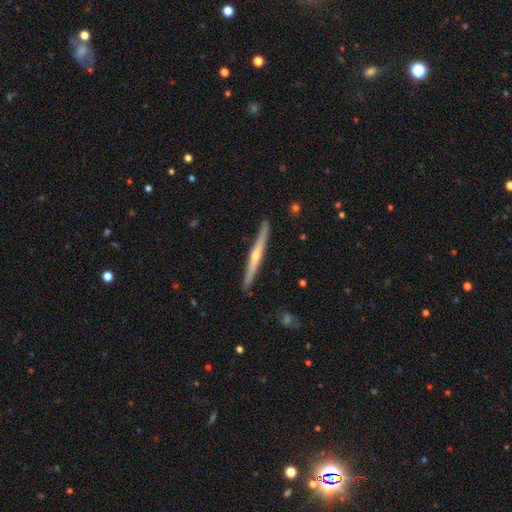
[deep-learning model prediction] A featured or disk galaxy (74%) viewed edge-on (98%) with a rounded central bulge (79%). Merging: none (91%).